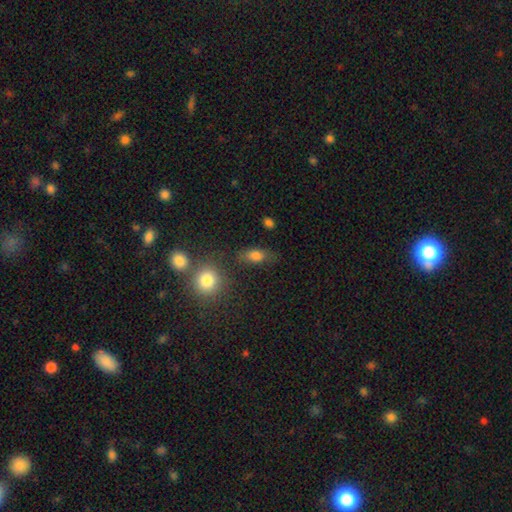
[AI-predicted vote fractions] This is likely a smooth galaxy (77%). How rounded: likely in between (75%). Merging: likely none (69%).